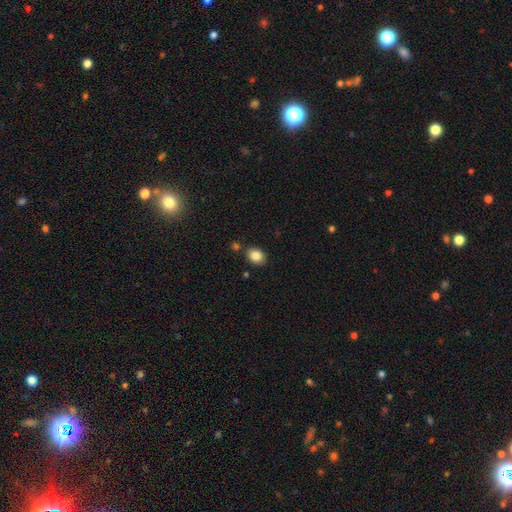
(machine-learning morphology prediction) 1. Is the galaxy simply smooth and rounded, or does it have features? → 85% smooth, 9% star or artifact, 6% featured or disk.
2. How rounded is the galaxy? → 57% in between, 42% round, 1% cigar-shaped.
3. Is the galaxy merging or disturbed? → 82% none, 10% minor disturbance, 6% merger, 2% major disturbance.